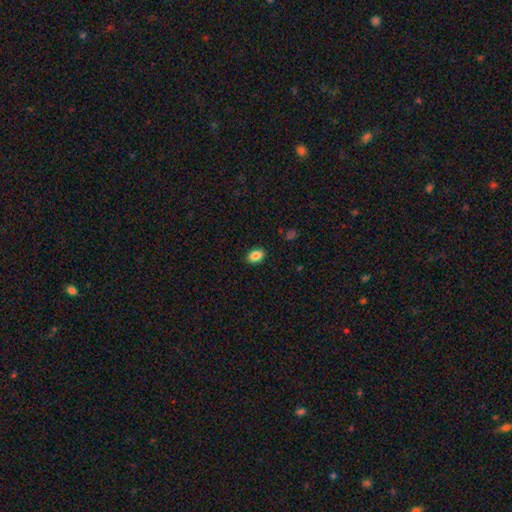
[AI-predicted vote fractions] This appears to be a smooth galaxy with no disk features (87%) that is in between round and cigar-shaped (84%). Merging: none (89%).